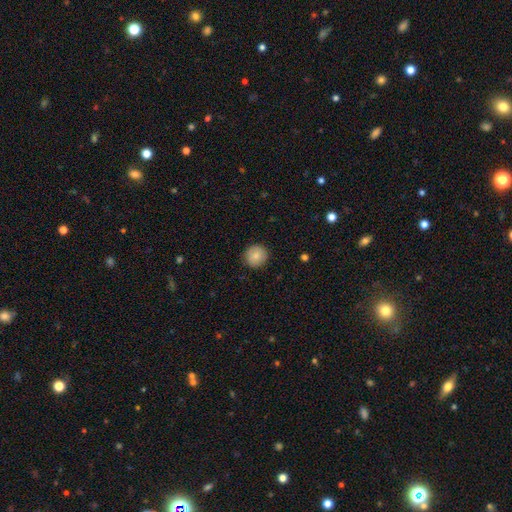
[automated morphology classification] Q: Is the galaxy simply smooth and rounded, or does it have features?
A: smooth — 84%.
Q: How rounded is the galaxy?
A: round — 93%.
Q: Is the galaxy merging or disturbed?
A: none — 89%.